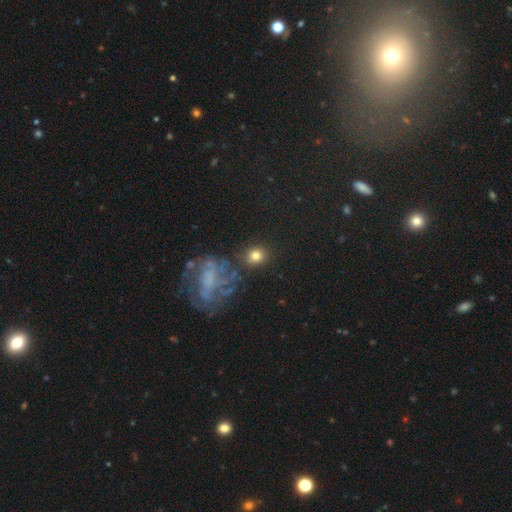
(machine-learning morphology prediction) Smooth or featured? smooth (73%)
How rounded? round (78%)
Merging? none (80%)